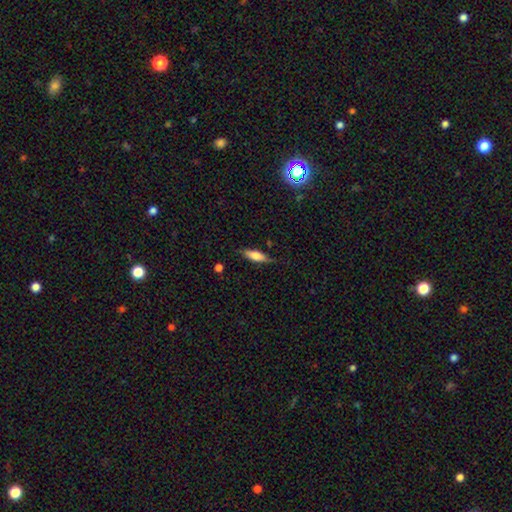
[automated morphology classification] Smooth or featured? smooth (66%)
How rounded? in between (50%)
Merging? none (75%)